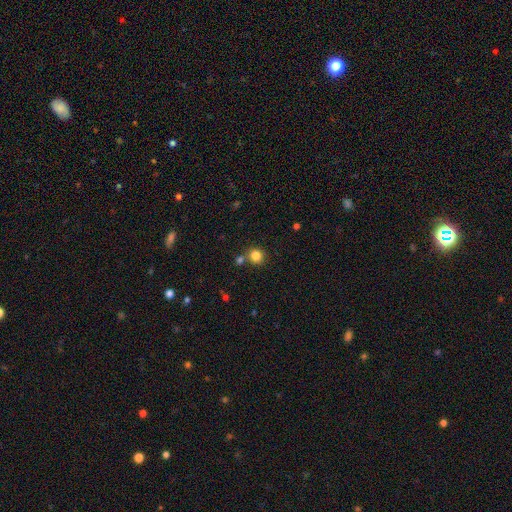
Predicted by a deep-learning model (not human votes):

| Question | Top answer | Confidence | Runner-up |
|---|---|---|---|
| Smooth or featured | smooth | 83% | star or artifact (12%) |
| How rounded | round | 89% | in between (10%) |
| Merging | none | 74% | merger (15%) |